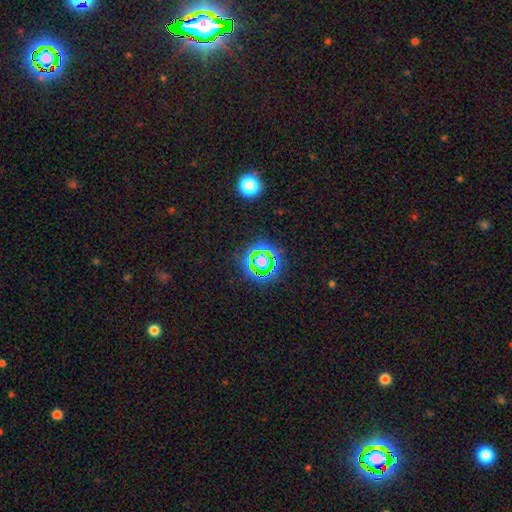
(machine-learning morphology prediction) star or artifact 75%, smooth 16%, featured or disk 9%.